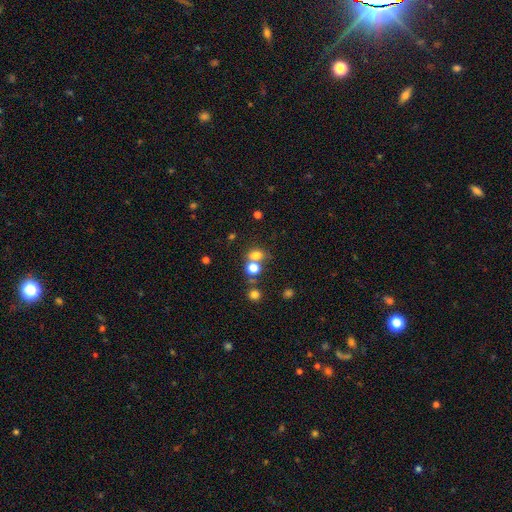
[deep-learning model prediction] Smooth or featured? smooth (73%)
How rounded? round (53%)
Merging? none (45%)